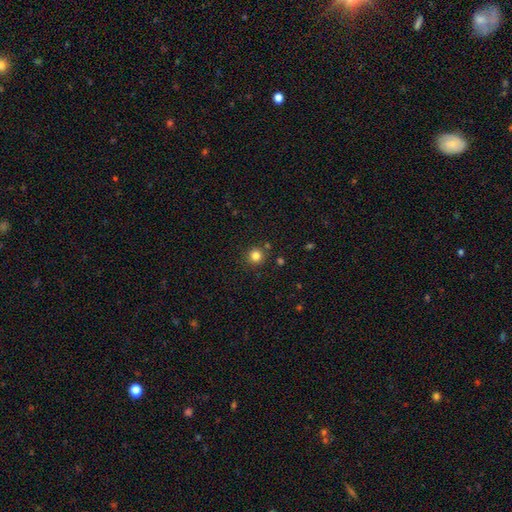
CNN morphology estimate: Smooth or featured?
  - smooth: 82% *
  - star or artifact: 13%
  - featured or disk: 5%
How rounded?
  - round: 95% *
  - in between: 4%
  - cigar-shaped: 1%
Merging?
  - none: 87% *
  - minor disturbance: 7%
  - merger: 5%
  - major disturbance: 2%